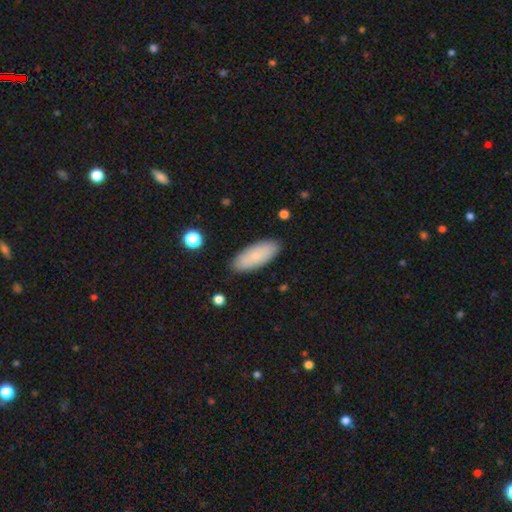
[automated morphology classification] Overall: smooth (82%). How rounded: in between (79%). Merging: none (88%).